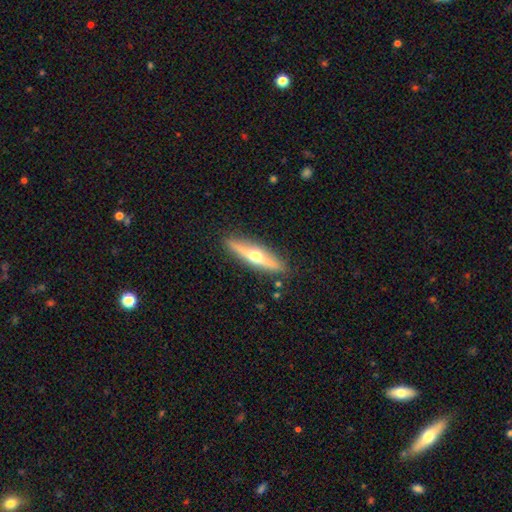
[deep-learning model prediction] smooth_or_featured: featured or disk (p=0.65) [alt: smooth p=0.29]
disk_edge_on: yes (p=0.94) [alt: no p=0.06]
edge_on_bulge: rounded (p=0.95) [alt: none p=0.03]
merging: none (p=0.88) [alt: minor disturbance p=0.08]